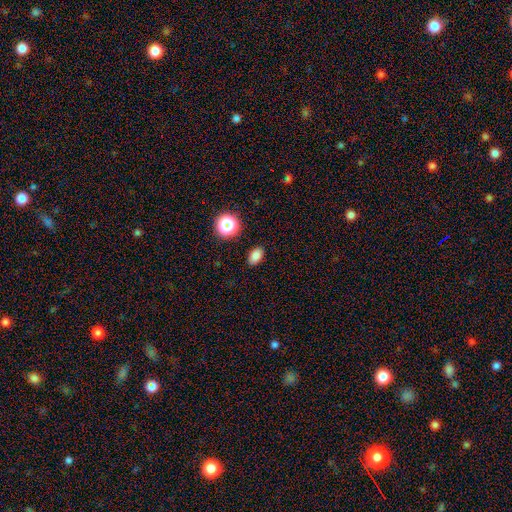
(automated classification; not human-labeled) smooth_or_featured: smooth (p=0.81) [alt: star or artifact p=0.13]
how_rounded: in between (p=0.86) [alt: round p=0.13]
merging: none (p=0.88) [alt: minor disturbance p=0.09]